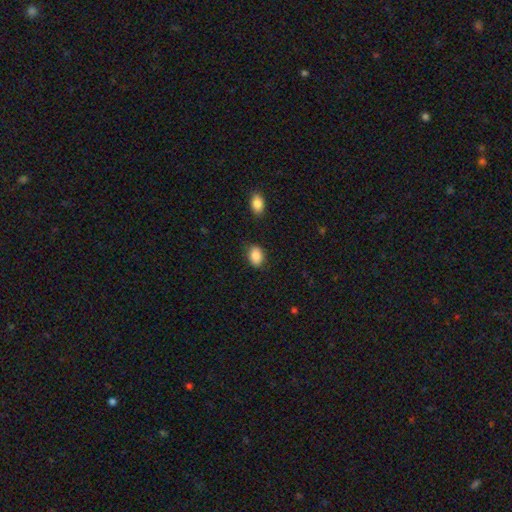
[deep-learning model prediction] smooth-or-featured: smooth: 87% | star or artifact: 8% | featured or disk: 5%
  how-rounded: in between: 76% | round: 22% | cigar-shaped: 1%
  merging: none: 82% | minor disturbance: 13% | major disturbance: 3% | merger: 2%